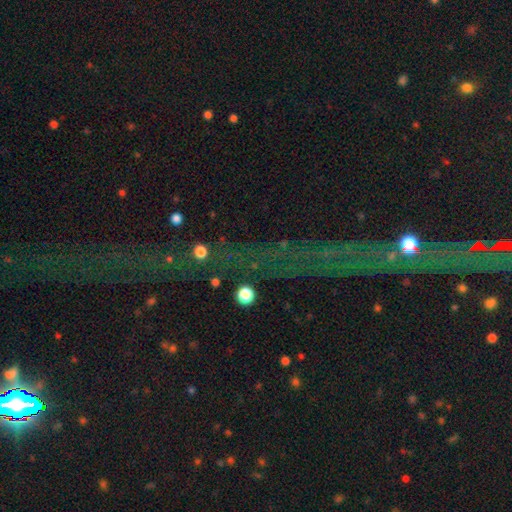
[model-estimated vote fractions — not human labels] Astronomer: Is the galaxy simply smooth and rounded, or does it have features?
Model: star or artifact — 75%.